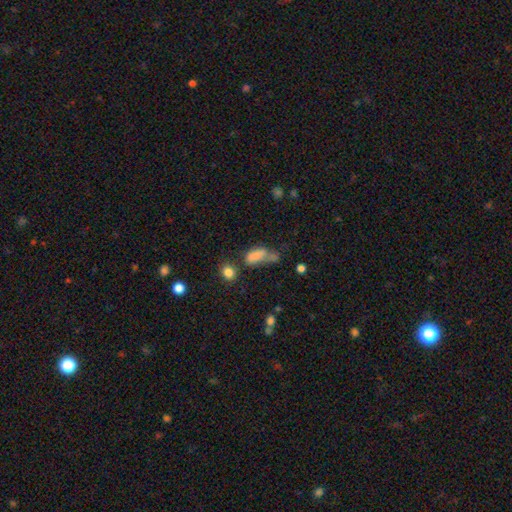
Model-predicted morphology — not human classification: This appears to be a smooth galaxy with no disk features (70%) that is in between round and cigar-shaped (72%). Merging: none (31%).